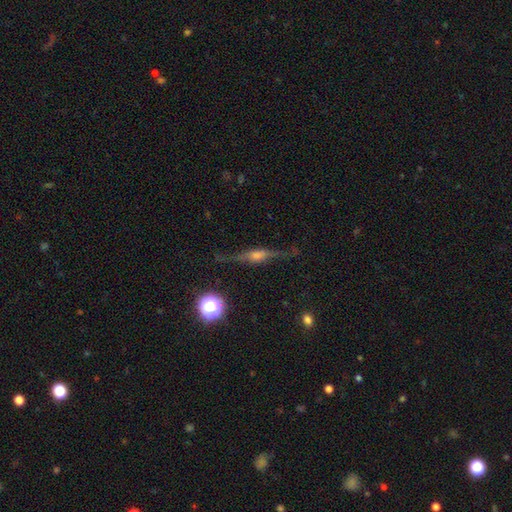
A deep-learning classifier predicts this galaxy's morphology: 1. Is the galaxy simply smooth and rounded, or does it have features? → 79% featured or disk, 11% star or artifact, 10% smooth.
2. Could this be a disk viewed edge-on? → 95% yes, 5% no.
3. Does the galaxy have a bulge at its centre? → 88% rounded, 8% boxy, 4% none.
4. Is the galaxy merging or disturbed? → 85% none, 10% minor disturbance, 3% major disturbance, 2% merger.